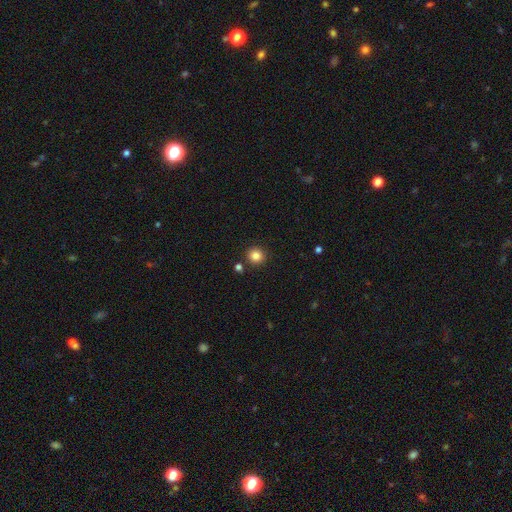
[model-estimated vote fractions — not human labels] Smooth or featured? Predicted: smooth (p=0.84). How rounded? Predicted: round (p=0.93). Merging? Predicted: none (p=0.88).